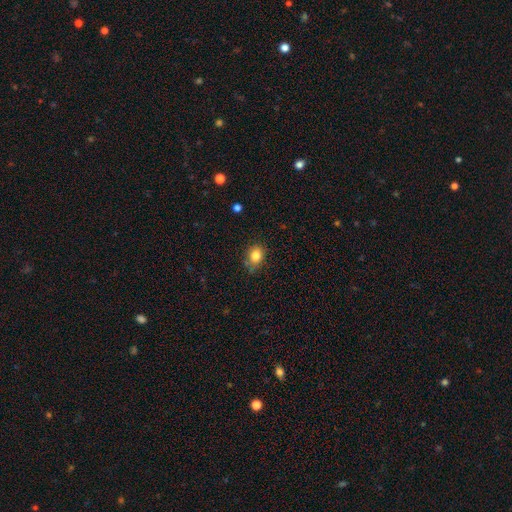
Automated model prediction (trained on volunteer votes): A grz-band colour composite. It shows a smooth galaxy with no disk features (83%) that is round (52%). Merging: none (73%).